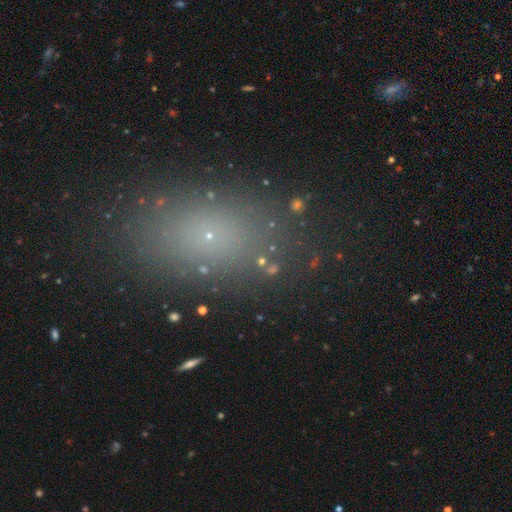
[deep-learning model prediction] smooth 63%, star or artifact 23%, featured or disk 14%. Down the decision tree: how rounded — in between (80%); merging — none (85%).